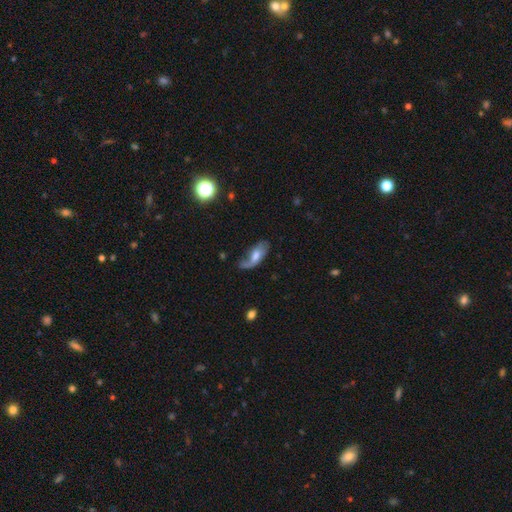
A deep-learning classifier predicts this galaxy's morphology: Smooth or featured? featured or disk (51%)
Edge-on disk? no (88%)
Merging? none (36%)